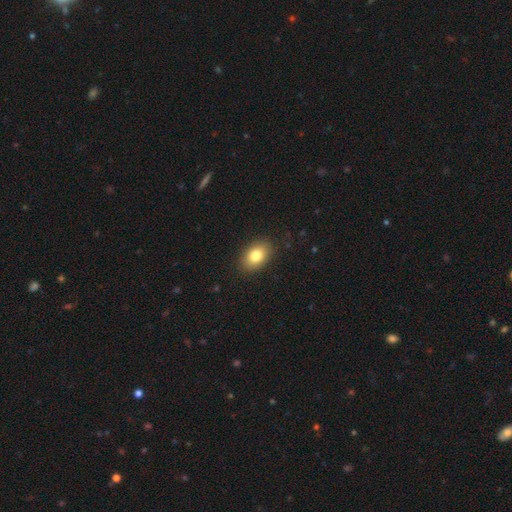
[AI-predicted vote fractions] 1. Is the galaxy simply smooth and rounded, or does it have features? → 81% smooth, 11% featured or disk, 9% star or artifact.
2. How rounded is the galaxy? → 84% in between, 14% round, 1% cigar-shaped.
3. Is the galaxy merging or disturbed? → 88% none, 9% minor disturbance, 2% major disturbance, 1% merger.